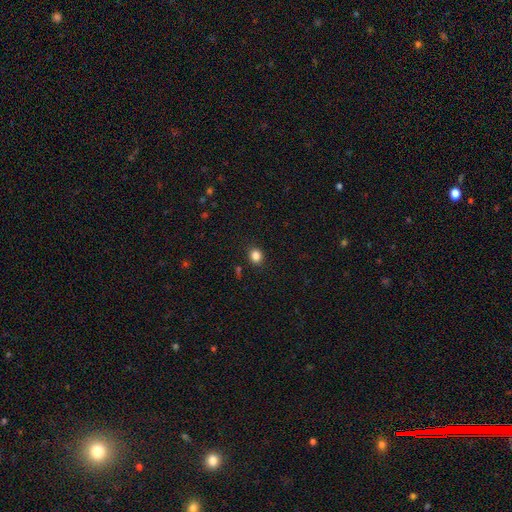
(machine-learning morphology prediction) The model was most divided on "how rounded": round: 67%, in between: 32%, cigar-shaped: 1%. More confident: merging — none (88%); smooth or featured — smooth (85%).